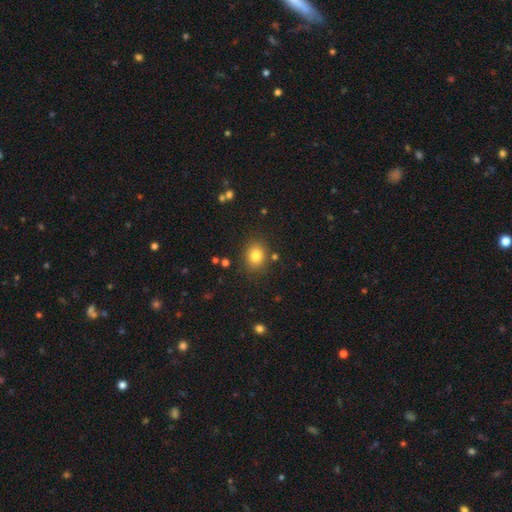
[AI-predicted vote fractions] smooth-or-featured: smooth: 81% | star or artifact: 12% | featured or disk: 7%
  how-rounded: round: 64% | in between: 35% | cigar-shaped: 1%
  merging: none: 84% | minor disturbance: 9% | merger: 3% | major disturbance: 3%